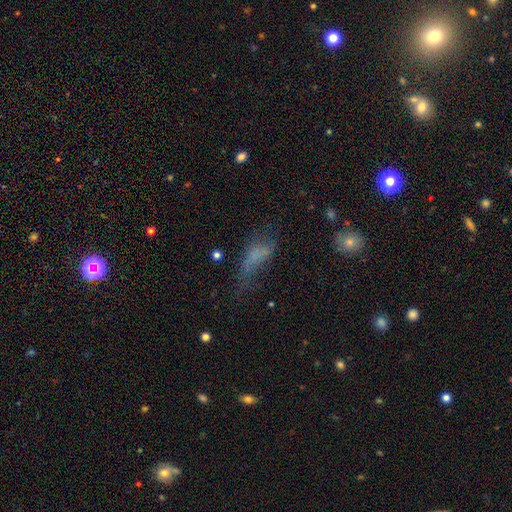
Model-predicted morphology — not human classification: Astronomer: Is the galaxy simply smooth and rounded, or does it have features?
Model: smooth — 55%.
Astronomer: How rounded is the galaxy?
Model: in between — 70%.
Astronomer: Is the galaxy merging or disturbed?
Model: major disturbance — 41% (runner-up: none, 29%).